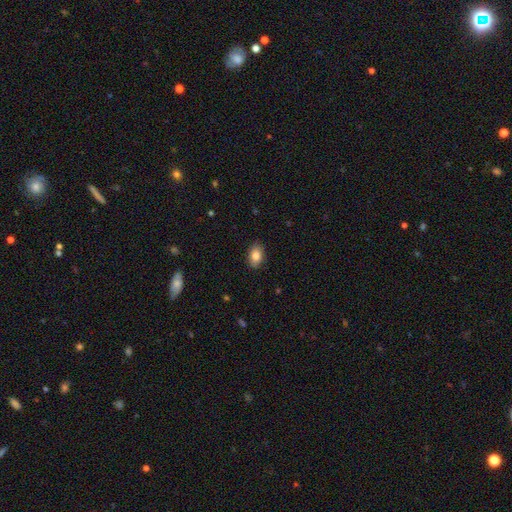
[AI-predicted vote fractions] Q: Smooth or featured?
A: smooth (84%); runner-up: featured or disk (8%)
Q: How rounded?
A: in between (87%); runner-up: round (12%)
Q: Merging?
A: none (88%); runner-up: minor disturbance (9%)